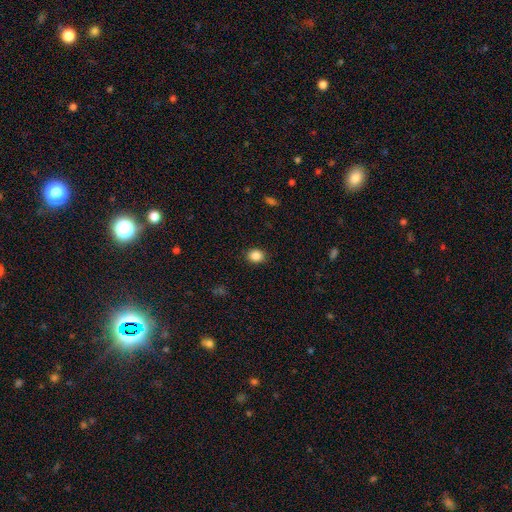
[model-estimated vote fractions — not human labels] The model was most divided on "how rounded": round: 60%, in between: 39%, cigar-shaped: 1%. More confident: merging — none (89%); smooth or featured — smooth (86%).